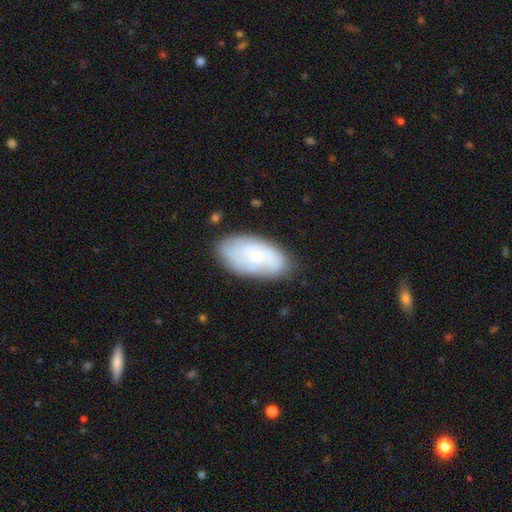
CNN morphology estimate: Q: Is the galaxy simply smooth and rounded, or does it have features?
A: featured or disk — 54%.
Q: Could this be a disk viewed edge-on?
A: no — 94%.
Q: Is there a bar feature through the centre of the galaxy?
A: no — 79%.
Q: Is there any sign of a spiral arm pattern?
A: yes — 78%.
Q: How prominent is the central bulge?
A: small — 69%.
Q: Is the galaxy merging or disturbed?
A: none — 76%.